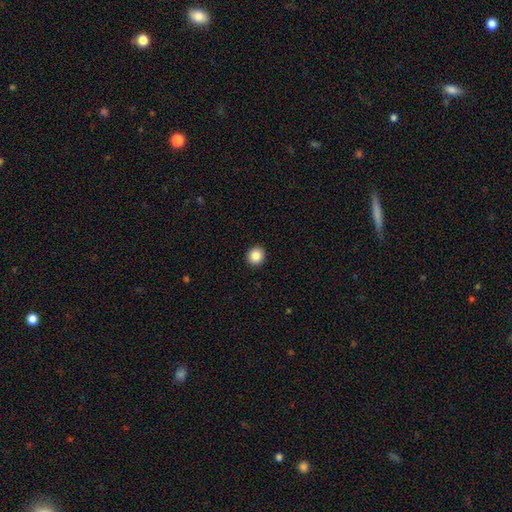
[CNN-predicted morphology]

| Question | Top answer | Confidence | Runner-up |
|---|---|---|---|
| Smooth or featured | smooth | 86% | star or artifact (9%) |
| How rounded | round | 90% | in between (9%) |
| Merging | none | 93% | minor disturbance (4%) |